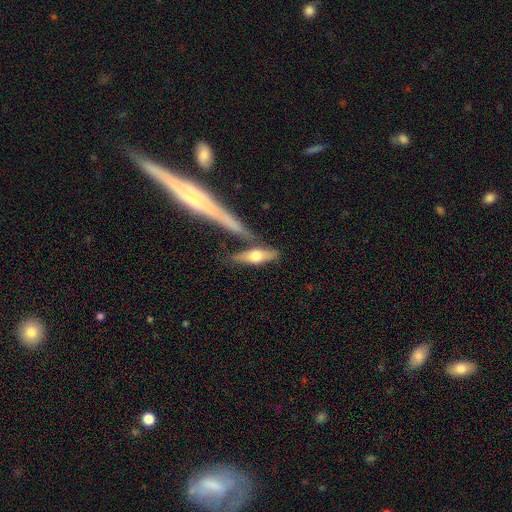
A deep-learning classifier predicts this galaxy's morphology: Smooth or featured?
  - smooth: 51% *
  - featured or disk: 43%
  - star or artifact: 6%
How rounded?
  - cigar-shaped: 59% *
  - in between: 37%
  - round: 4%
Merging?
  - none: 63% *
  - merger: 18%
  - minor disturbance: 14%
  - major disturbance: 5%